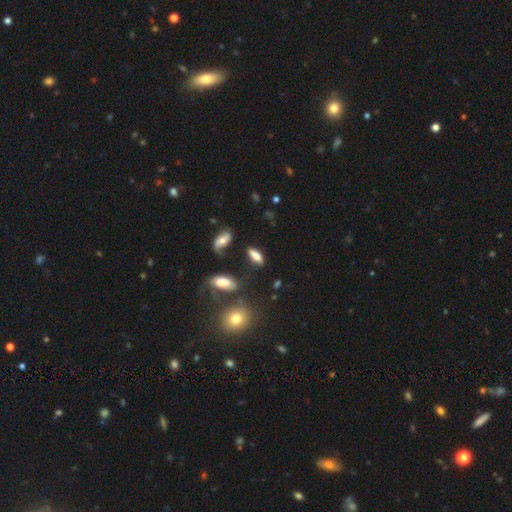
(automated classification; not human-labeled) A smooth galaxy with no disk features (73%) that is in between round and cigar-shaped (70%).

Vote fractions:
- Smooth or featured? smooth: 73% / featured or disk: 16% / star or artifact: 11%
- How rounded? in between: 70% / cigar-shaped: 25% / round: 5%
- Merging? none: 69% / minor disturbance: 17% / major disturbance: 7% / merger: 7%